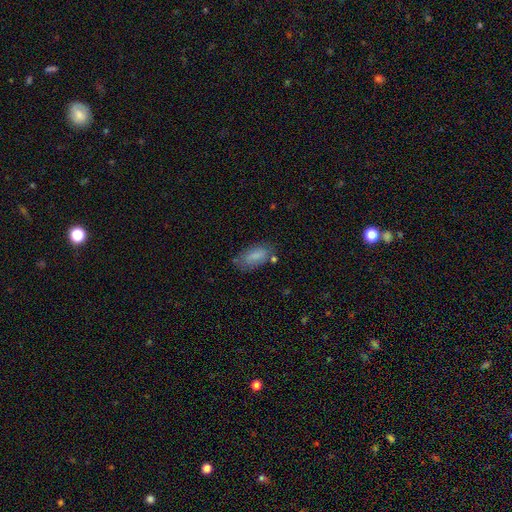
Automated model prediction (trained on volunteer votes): Smooth or featured: smooth — 82% (featured or disk — 11%)
How rounded: in between — 90% (cigar-shaped — 7%)
Merging: none — 67% (minor disturbance — 21%)